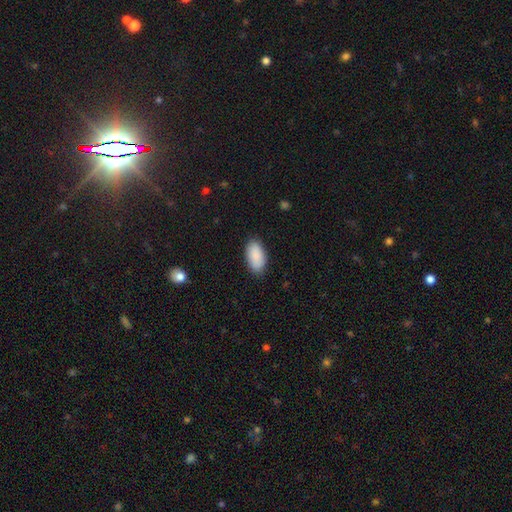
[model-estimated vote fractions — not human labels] This appears to be a smooth galaxy with no disk features (90%) that is in between round and cigar-shaped (95%). Merging: none (86%).